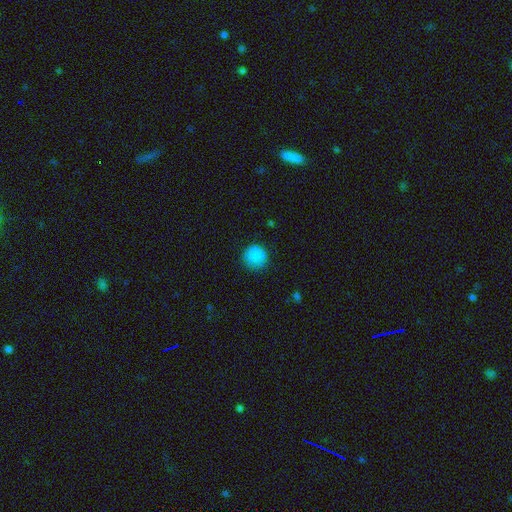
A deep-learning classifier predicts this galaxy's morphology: smooth 87%, star or artifact 9%, featured or disk 4%. Down the decision tree: how rounded — round (94%); merging — none (88%).